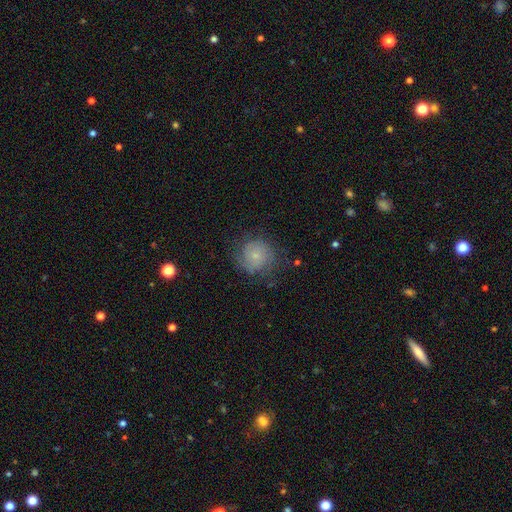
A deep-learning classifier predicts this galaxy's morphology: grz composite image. It shows a smooth galaxy with no disk features (53%) that is round (90%). Merging: none (66%).